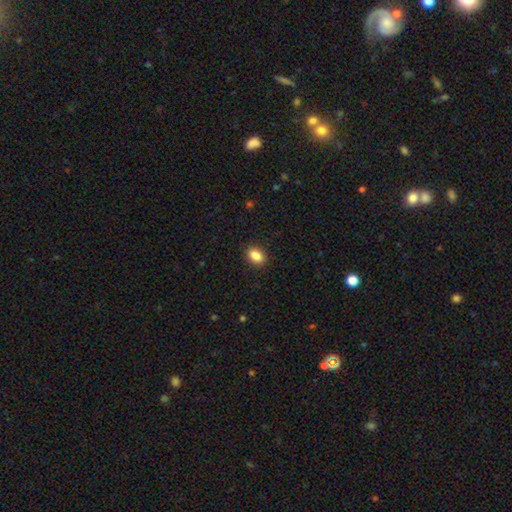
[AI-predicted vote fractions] The model was most divided on "how rounded": in between: 83%, round: 15%, cigar-shaped: 2%. More confident: merging — none (89%); smooth or featured — smooth (87%).